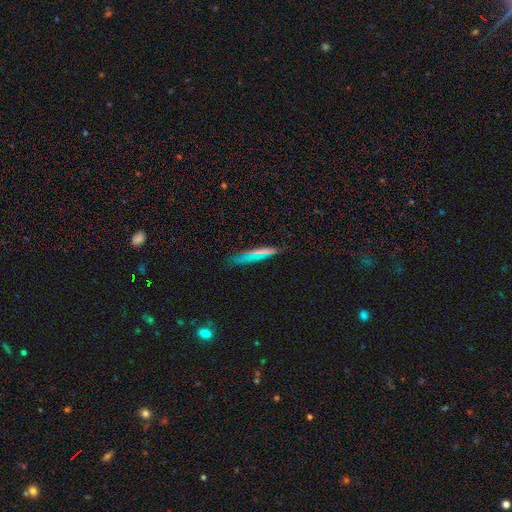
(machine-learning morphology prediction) The model was most divided on "smooth or featured": smooth: 59%, featured or disk: 27%, star or artifact: 14%. More confident: how rounded — cigar-shaped (84%); merging — none (78%).